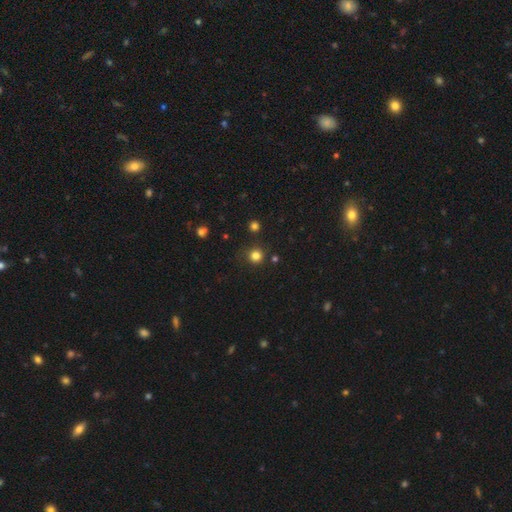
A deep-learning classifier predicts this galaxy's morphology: smooth_or_featured: smooth (p=0.81) [alt: star or artifact p=0.15]
how_rounded: round (p=0.94) [alt: in between p=0.06]
merging: none (p=0.84) [alt: minor disturbance p=0.09]